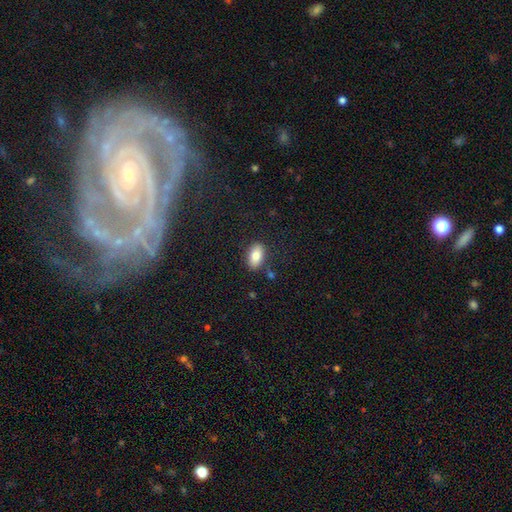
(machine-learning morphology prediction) type=smooth (81%); roundness=in between (91%); merging=none (83%).